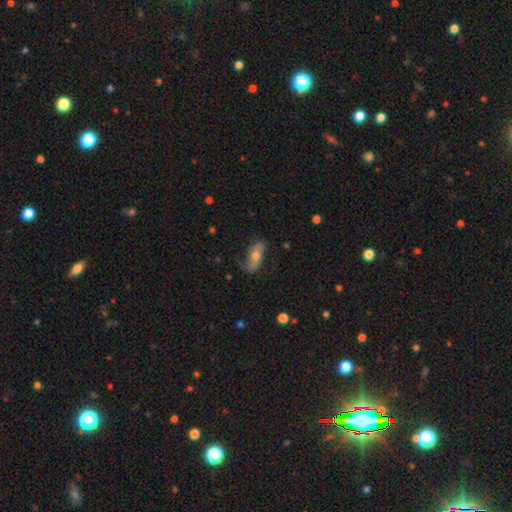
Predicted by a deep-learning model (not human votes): Overall: featured or disk (54%; smooth 39%). Edge-on disk: no (83%). Merging: none (61%; minor disturbance 24%).